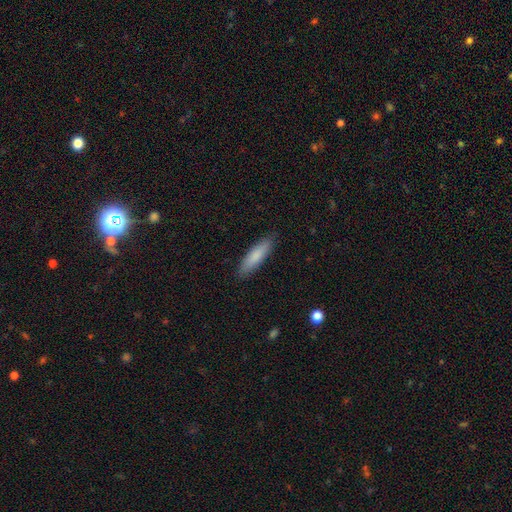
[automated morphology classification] type=smooth (83%); roundness=cigar-shaped (71%); merging=none (88%).